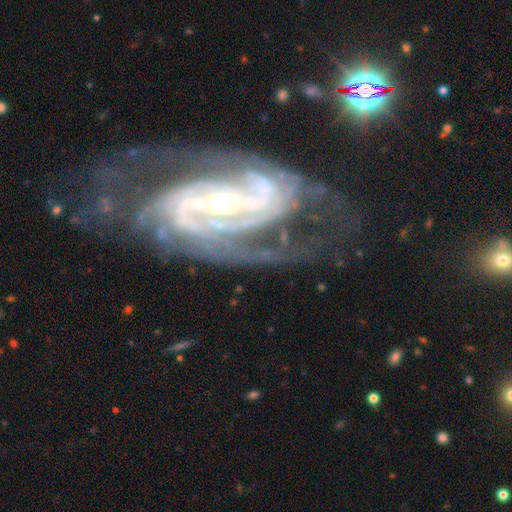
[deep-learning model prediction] Smooth or featured: featured or disk — 92% (star or artifact — 5%)
Edge-on disk: no — 96% (yes — 4%)
Bar: strong — 54% (weak — 31%)
Spiral arms: yes — 98% (no — 2%)
Spiral winding: tight — 50% (medium — 41%)
Spiral arm count: 2 — 52% (3 — 17%)
Bulge size: small — 54% (moderate — 41%)
Merging: none — 61% (minor disturbance — 20%)